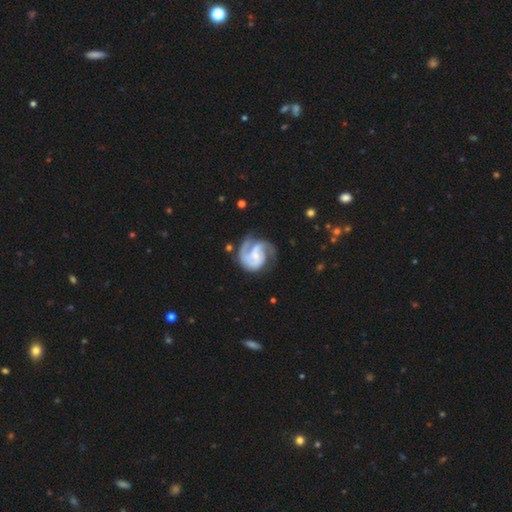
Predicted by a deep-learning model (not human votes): Smooth or featured?
  - featured or disk: 89% *
  - smooth: 7%
  - star or artifact: 4%
Edge-on disk?
  - no: 98% *
  - yes: 2%
Bar?
  - no: 47% *
  - weak: 42%
  - strong: 11%
Spiral arms?
  - yes: 97% *
  - no: 3%
Spiral winding?
  - medium: 46% *
  - tight: 42%
  - loose: 12%
Spiral arm count?
  - 2: 59% *
  - 3: 21%
  - can't tell: 8%
  - 1: 7%
  - 4: 3%
  - more than 4: 3%
Bulge size?
  - small: 60% *
  - moderate: 29%
  - none: 8%
  - large: 2%
  - dominant: 1%
Merging?
  - none: 59% *
  - minor disturbance: 22%
  - major disturbance: 16%
  - merger: 3%